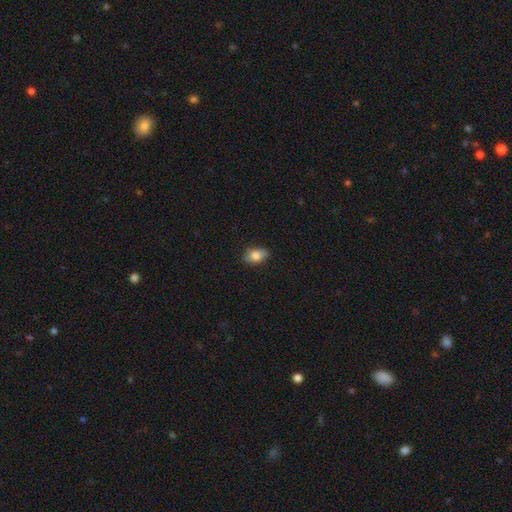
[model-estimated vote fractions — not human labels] A smooth galaxy with no disk features (80%) that is in between round and cigar-shaped (84%).

Vote fractions:
- Smooth or featured? smooth: 80% / featured or disk: 12% / star or artifact: 8%
- How rounded? in between: 84% / round: 14% / cigar-shaped: 2%
- Merging? none: 78% / minor disturbance: 18% / major disturbance: 3% / merger: 1%